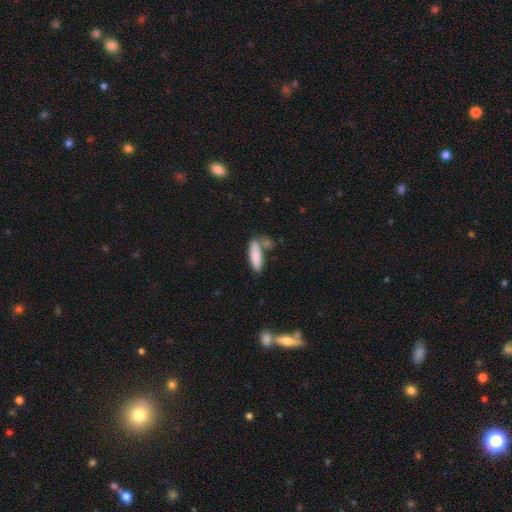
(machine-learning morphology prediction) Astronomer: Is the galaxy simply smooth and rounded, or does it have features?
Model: smooth — 84%.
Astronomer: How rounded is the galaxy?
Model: cigar-shaped — 57% (runner-up: in between, 41%).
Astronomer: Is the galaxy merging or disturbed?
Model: none — 61%.